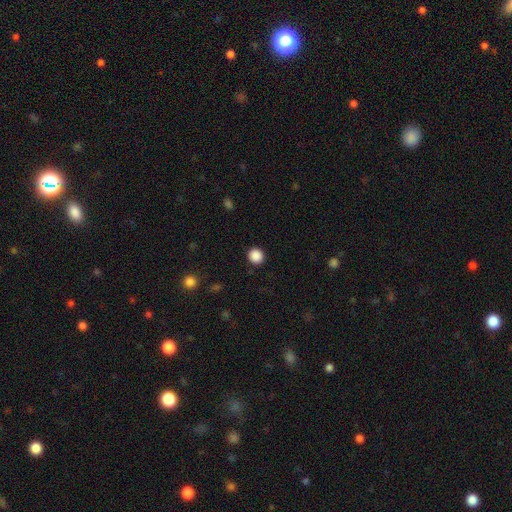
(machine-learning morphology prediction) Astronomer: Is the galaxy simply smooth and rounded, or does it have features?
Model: smooth — 88%.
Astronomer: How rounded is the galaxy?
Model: round — 88%.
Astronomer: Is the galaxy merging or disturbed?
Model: none — 91%.